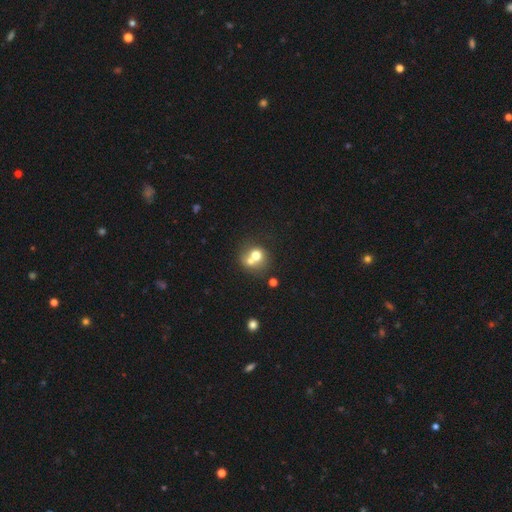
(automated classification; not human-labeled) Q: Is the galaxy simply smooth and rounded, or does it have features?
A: smooth — 67%.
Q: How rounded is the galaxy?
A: round — 78%.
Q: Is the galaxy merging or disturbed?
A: merger — 58%.